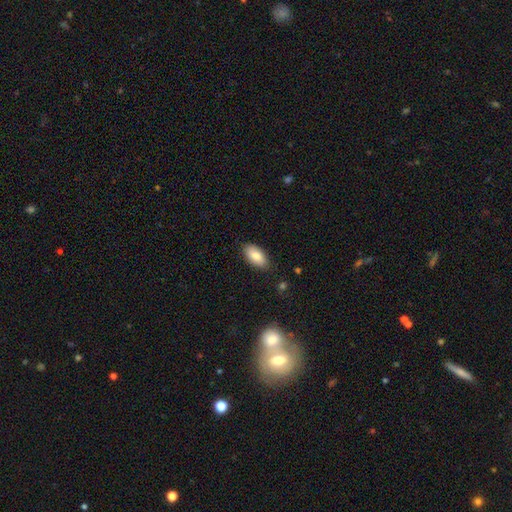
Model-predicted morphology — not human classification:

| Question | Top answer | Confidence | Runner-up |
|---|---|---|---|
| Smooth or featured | smooth | 82% | featured or disk (11%) |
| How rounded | in between | 93% | cigar-shaped (4%) |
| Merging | none | 85% | minor disturbance (11%) |